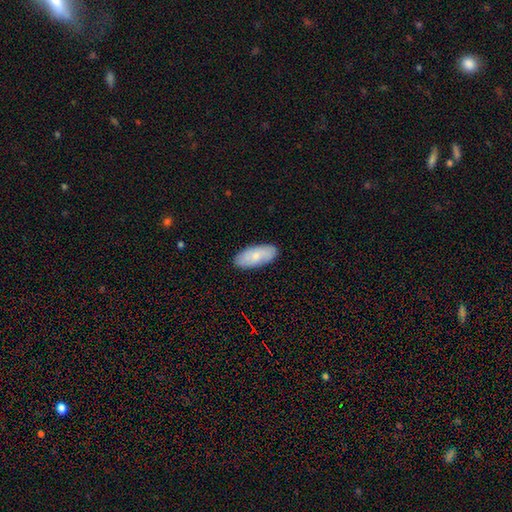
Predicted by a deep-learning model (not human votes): This is likely a smooth galaxy (74%). How rounded: clearly in between (88%). Merging: clearly none (87%).